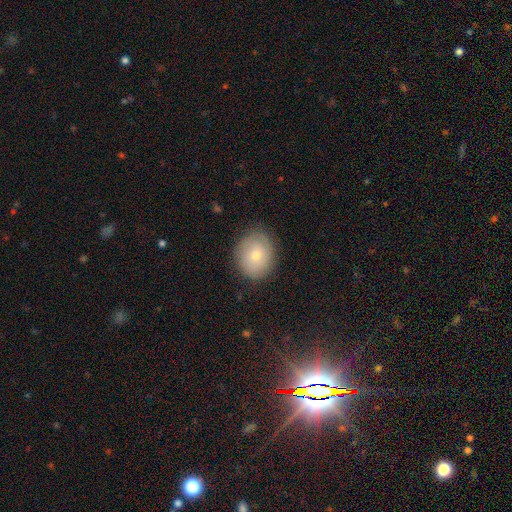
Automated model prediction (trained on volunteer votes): Smooth or featured: smooth — 66% (featured or disk — 26%)
How rounded: round — 60% (in between — 39%)
Merging: none — 81% (minor disturbance — 14%)